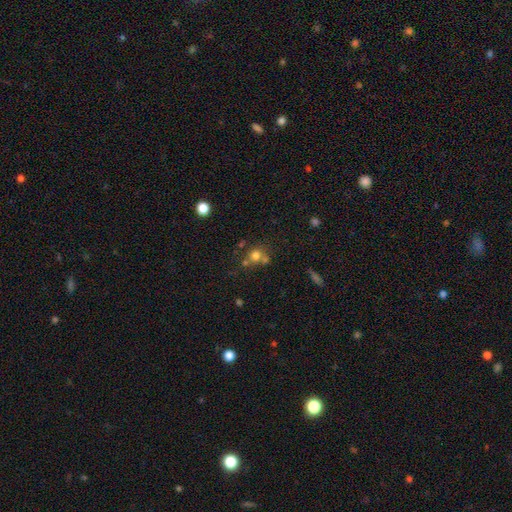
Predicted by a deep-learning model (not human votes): This appears to be a smooth galaxy with no disk features (70%) that is round (82%). Merging: none (50%).